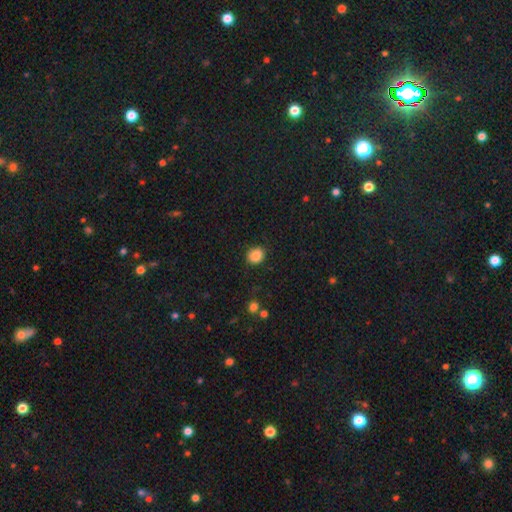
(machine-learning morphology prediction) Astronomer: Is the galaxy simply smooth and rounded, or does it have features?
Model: smooth — 86%.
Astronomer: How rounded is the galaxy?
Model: round — 71%.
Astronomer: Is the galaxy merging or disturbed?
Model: none — 87%.